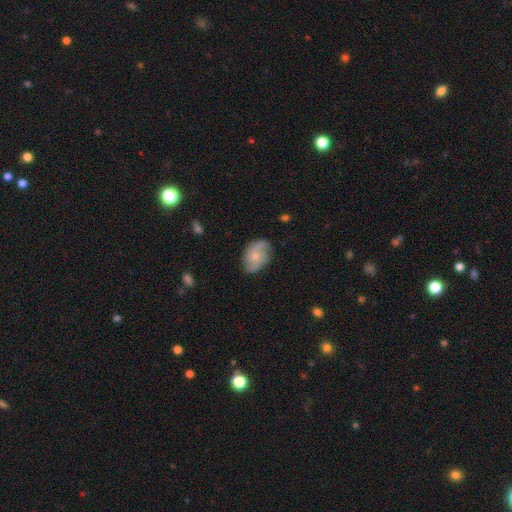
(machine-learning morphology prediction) Q: Smooth or featured?
A: featured or disk (53%); runner-up: smooth (40%)
Q: Edge-on disk?
A: no (96%); runner-up: yes (4%)
Q: Bar?
A: no (75%); runner-up: weak (22%)
Q: Spiral arms?
A: yes (85%); runner-up: no (15%)
Q: Bulge size?
A: small (53%); runner-up: moderate (39%)
Q: Merging?
A: none (70%); runner-up: minor disturbance (22%)